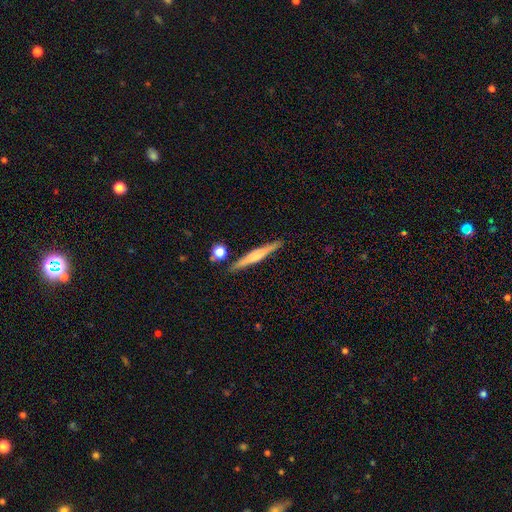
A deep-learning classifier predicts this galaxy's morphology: Smooth or featured? Predicted: featured or disk (p=0.56). Edge-on disk? Predicted: yes (p=0.97). Edge-on bulge? Predicted: rounded (p=0.64). Merging? Predicted: none (p=0.87).